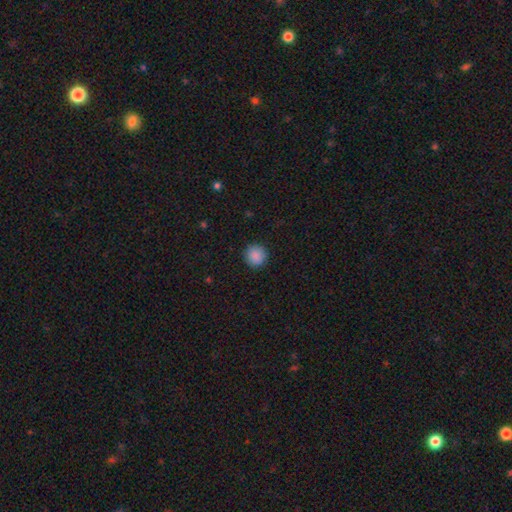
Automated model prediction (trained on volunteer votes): Smooth or featured: smooth — 88% (star or artifact — 8%)
How rounded: round — 94% (in between — 5%)
Merging: none — 92% (minor disturbance — 6%)